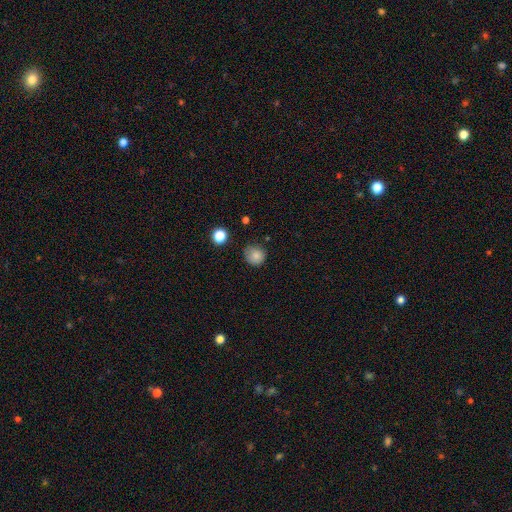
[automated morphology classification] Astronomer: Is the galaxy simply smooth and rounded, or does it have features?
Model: smooth — 83%.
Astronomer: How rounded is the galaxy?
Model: round — 88%.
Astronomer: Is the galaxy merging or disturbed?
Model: none — 72%.